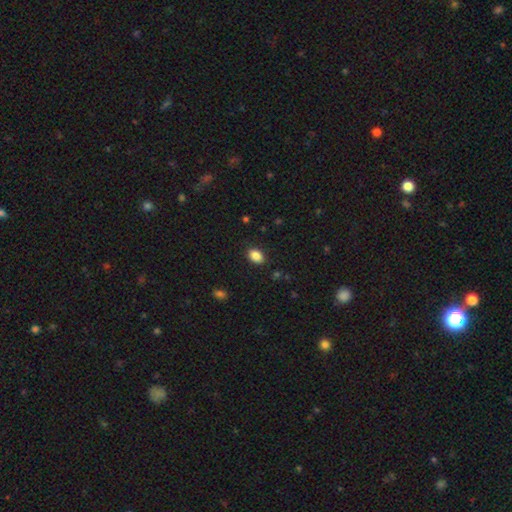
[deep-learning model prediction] smooth-or-featured: smooth: 87% | star or artifact: 9% | featured or disk: 4%
  how-rounded: in between: 82% | round: 17% | cigar-shaped: 1%
  merging: none: 88% | minor disturbance: 9% | major disturbance: 2% | merger: 1%